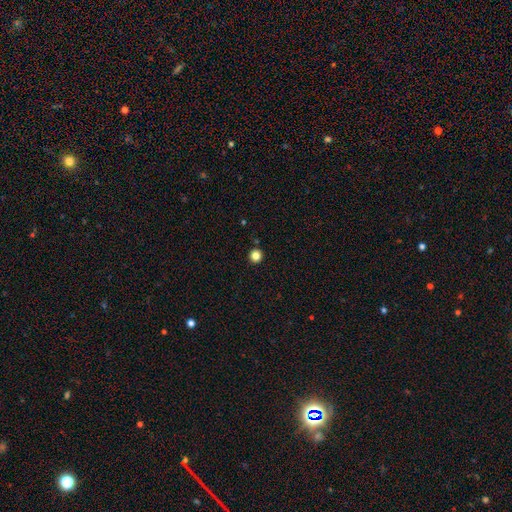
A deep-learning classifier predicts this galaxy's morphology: smooth-or-featured: smooth: 84% | star or artifact: 12% | featured or disk: 4%
  how-rounded: round: 95% | in between: 4% | cigar-shaped: 1%
  merging: none: 92% | minor disturbance: 5% | merger: 2% | major disturbance: 2%